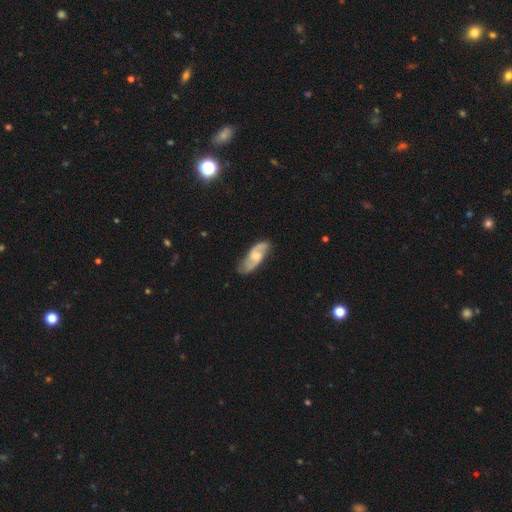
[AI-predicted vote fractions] Smooth or featured?
  - featured or disk: 75% *
  - smooth: 20%
  - star or artifact: 5%
Edge-on disk?
  - no: 93% *
  - yes: 7%
Bar?
  - no: 49% *
  - weak: 44%
  - strong: 7%
Spiral arms?
  - yes: 95% *
  - no: 5%
Spiral winding?
  - medium: 49% *
  - loose: 33%
  - tight: 18%
Spiral arm count?
  - 2: 88% *
  - can't tell: 6%
  - 1: 2%
  - 3: 1%
  - 4: 1%
  - more than 4: 1%
Bulge size?
  - moderate: 44% *
  - small: 41%
  - none: 9%
  - large: 4%
  - dominant: 1%
Merging?
  - none: 77% *
  - minor disturbance: 17%
  - major disturbance: 4%
  - merger: 1%